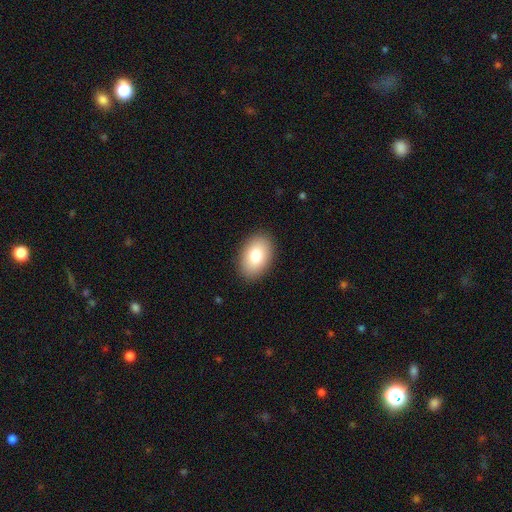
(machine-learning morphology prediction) A smooth galaxy with no disk features (81%) that is in between round and cigar-shaped (91%).

Vote fractions:
- Smooth or featured? smooth: 81% / featured or disk: 12% / star or artifact: 7%
- How rounded? in between: 91% / round: 8% / cigar-shaped: 1%
- Merging? none: 89% / minor disturbance: 8% / major disturbance: 2% / merger: 1%